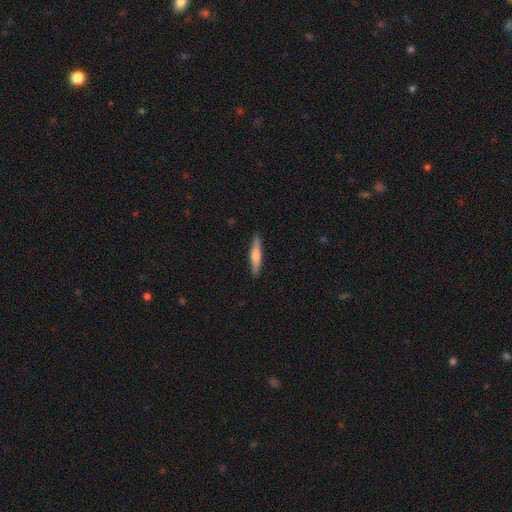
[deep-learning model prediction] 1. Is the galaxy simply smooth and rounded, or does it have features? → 50% smooth, 44% featured or disk, 5% star or artifact.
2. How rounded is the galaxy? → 85% cigar-shaped, 13% in between, 2% round.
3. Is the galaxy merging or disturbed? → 90% none, 7% minor disturbance, 1% major disturbance, 1% merger.